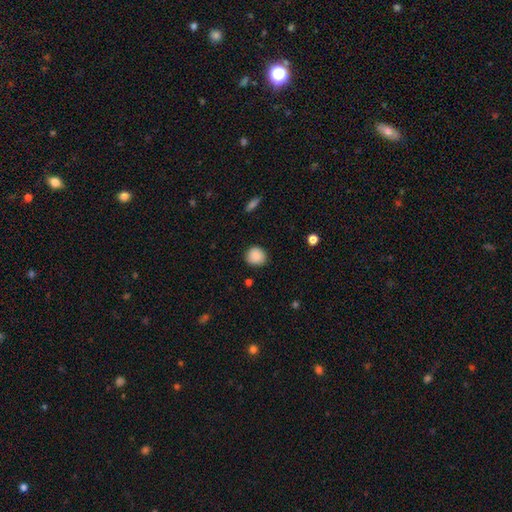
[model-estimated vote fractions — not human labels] Smooth or featured? smooth (88%)
How rounded? round (87%)
Merging? none (86%)